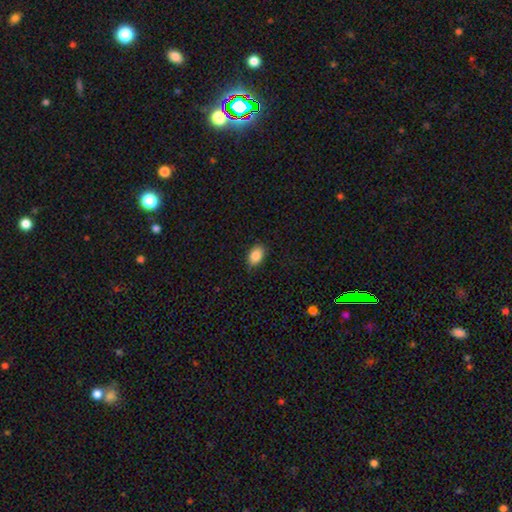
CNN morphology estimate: A smooth galaxy with no disk features (88%) that is in between round and cigar-shaped (87%).

Vote fractions:
- Smooth or featured? smooth: 88% / star or artifact: 7% / featured or disk: 5%
- How rounded? in between: 87% / round: 11% / cigar-shaped: 1%
- Merging? none: 83% / minor disturbance: 14% / major disturbance: 3% / merger: 1%